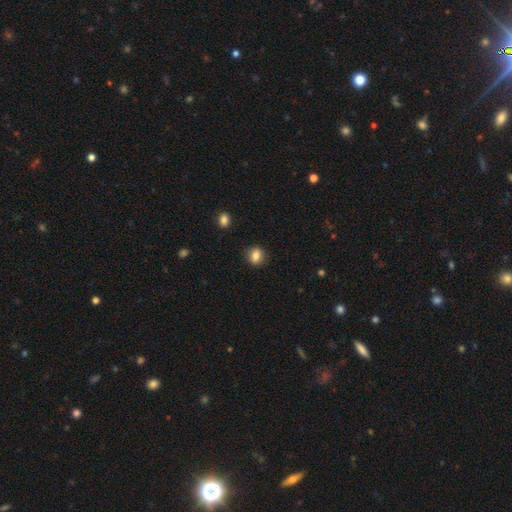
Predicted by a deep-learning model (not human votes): Smooth or featured?
  - smooth: 83% *
  - star or artifact: 10%
  - featured or disk: 8%
How rounded?
  - round: 74% *
  - in between: 25%
  - cigar-shaped: 1%
Merging?
  - none: 87% *
  - minor disturbance: 9%
  - major disturbance: 2%
  - merger: 1%